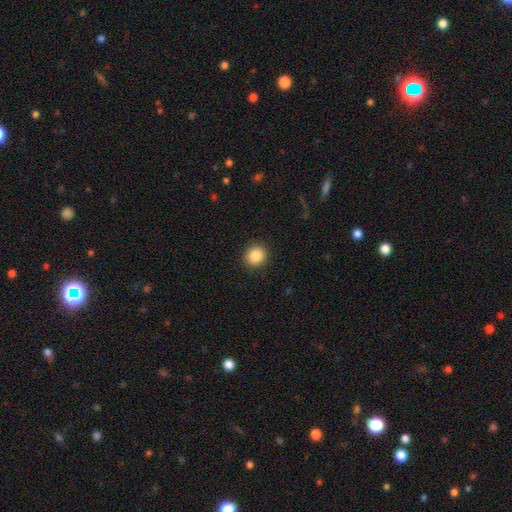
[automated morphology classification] smooth 86%, star or artifact 9%, featured or disk 4%. Down the decision tree: how rounded — round (87%); merging — none (91%).